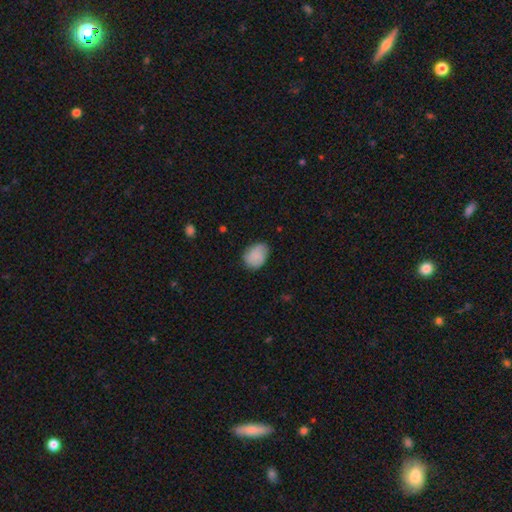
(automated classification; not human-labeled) Smooth or featured?
  - smooth: 82% *
  - featured or disk: 11%
  - star or artifact: 7%
How rounded?
  - in between: 66% *
  - round: 33%
  - cigar-shaped: 1%
Merging?
  - none: 64% *
  - minor disturbance: 29%
  - major disturbance: 6%
  - merger: 1%